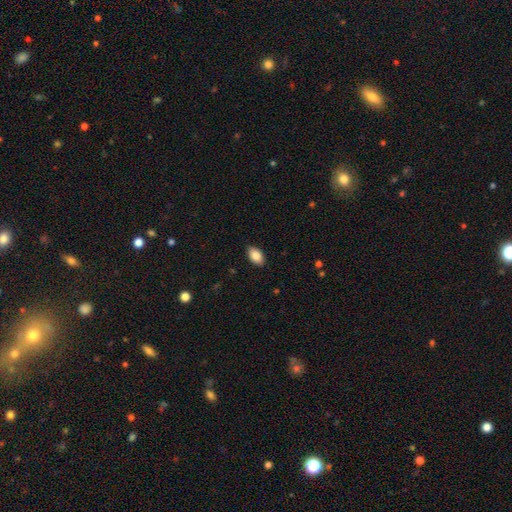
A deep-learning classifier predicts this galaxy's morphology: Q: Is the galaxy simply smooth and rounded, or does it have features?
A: smooth — 86%.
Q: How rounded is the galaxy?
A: in between — 93%.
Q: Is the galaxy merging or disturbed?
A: none — 88%.